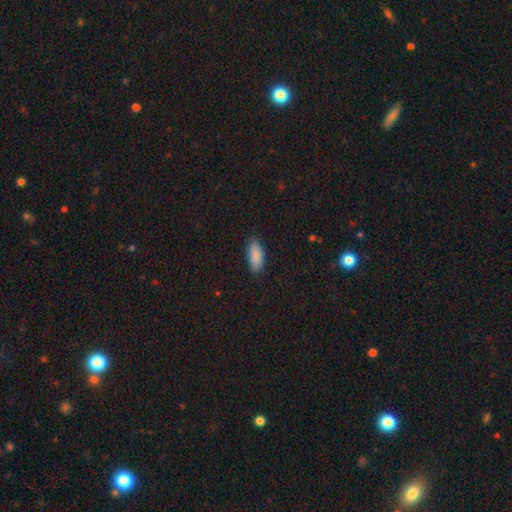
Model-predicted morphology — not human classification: type=smooth (89%); roundness=in between (83%); merging=none (86%).